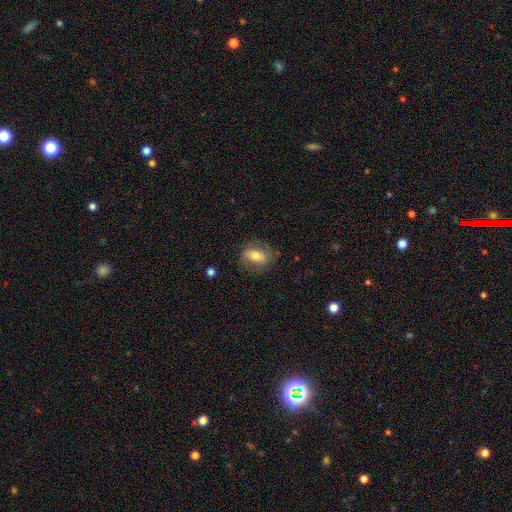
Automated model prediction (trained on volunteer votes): Smooth or featured?
  - featured or disk: 47% *
  - smooth: 45%
  - star or artifact: 8%
Merging?
  - none: 73% *
  - minor disturbance: 17%
  - major disturbance: 9%
  - merger: 1%